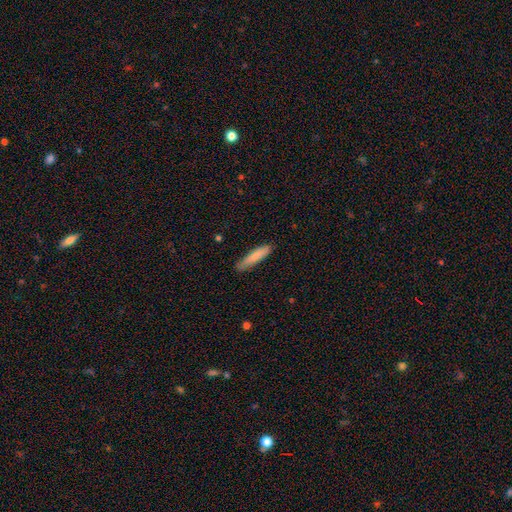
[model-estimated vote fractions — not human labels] Q: Smooth or featured?
A: smooth (83%); runner-up: featured or disk (11%)
Q: How rounded?
A: cigar-shaped (83%); runner-up: in between (16%)
Q: Merging?
A: none (84%); runner-up: minor disturbance (13%)